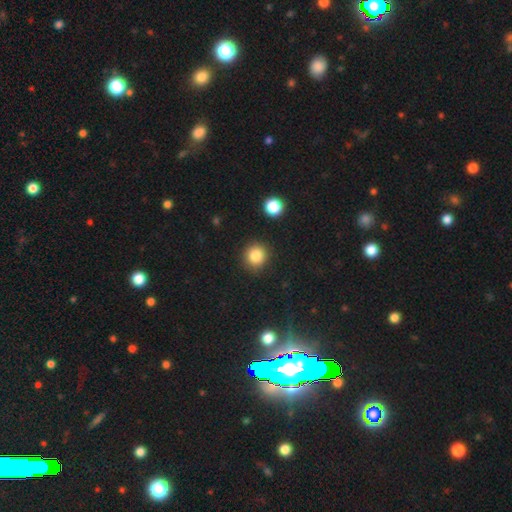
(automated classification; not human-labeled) A smooth galaxy with no disk features (84%) that is round (91%). Merging: none (89%).